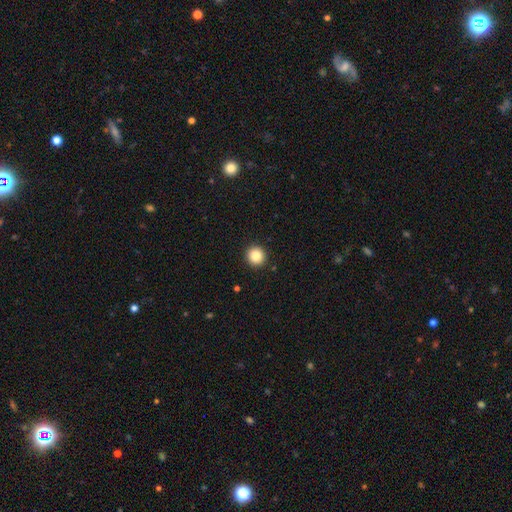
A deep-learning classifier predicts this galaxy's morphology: Smooth or featured: smooth — 85% (star or artifact — 10%)
How rounded: round — 93% (in between — 6%)
Merging: none — 93% (minor disturbance — 4%)